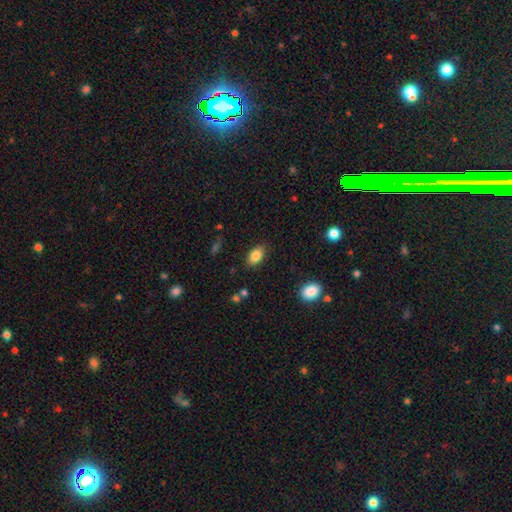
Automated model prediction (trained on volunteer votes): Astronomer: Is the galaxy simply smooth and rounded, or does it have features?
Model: smooth — 85%.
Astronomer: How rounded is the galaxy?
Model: in between — 90%.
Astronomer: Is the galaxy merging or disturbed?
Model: none — 86%.